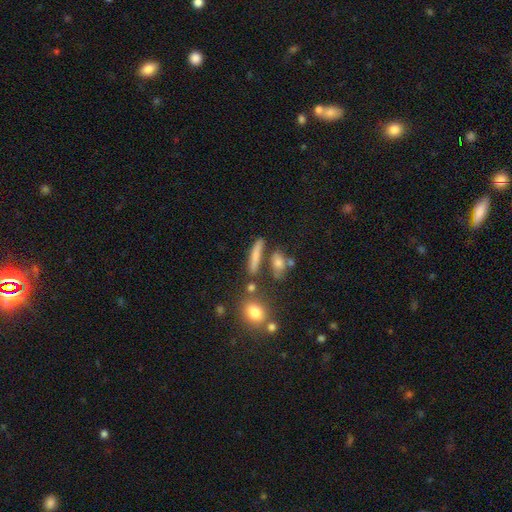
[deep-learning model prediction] A smooth galaxy with no disk features (68%) that is cigar-shaped (79%).

Vote fractions:
- Smooth or featured? smooth: 68% / featured or disk: 21% / star or artifact: 11%
- How rounded? cigar-shaped: 79% / in between: 14% / round: 7%
- Merging? none: 70% / merger: 13% / minor disturbance: 12% / major disturbance: 5%